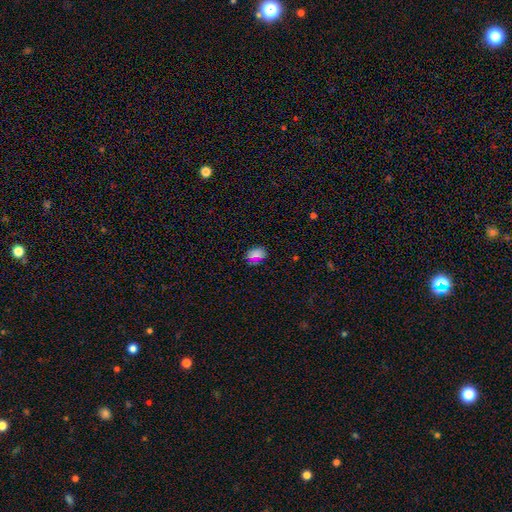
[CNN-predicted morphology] The model was most divided on "how rounded": in between: 69%, round: 29%, cigar-shaped: 2%. More confident: merging — none (79%); smooth or featured — smooth (71%).